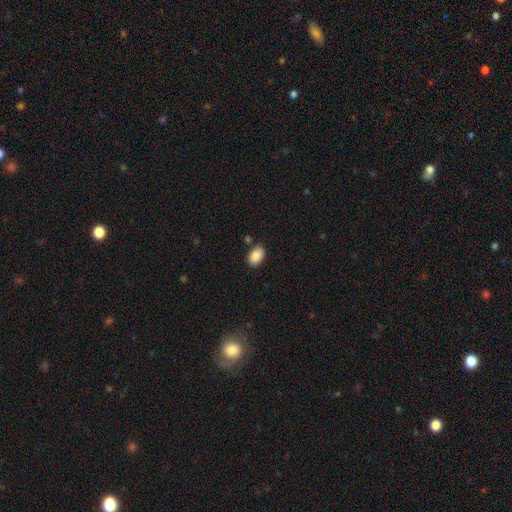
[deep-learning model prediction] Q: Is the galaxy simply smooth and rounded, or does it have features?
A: smooth — 87%.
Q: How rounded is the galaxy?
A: in between — 91%.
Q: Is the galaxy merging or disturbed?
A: none — 82%.